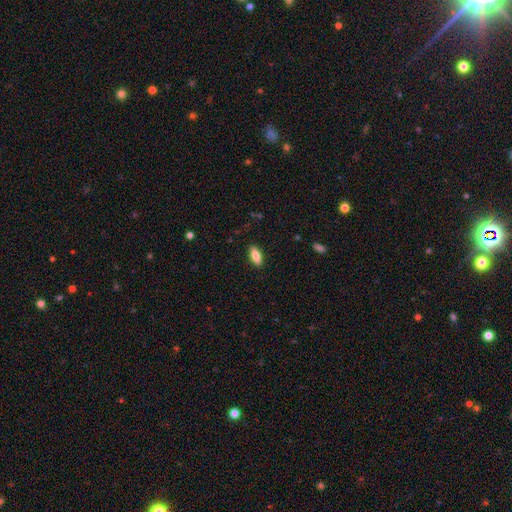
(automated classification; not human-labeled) The model was most divided on "how rounded": in between: 73%, cigar-shaped: 25%, round: 2%. More confident: merging — none (89%); smooth or featured — smooth (78%).